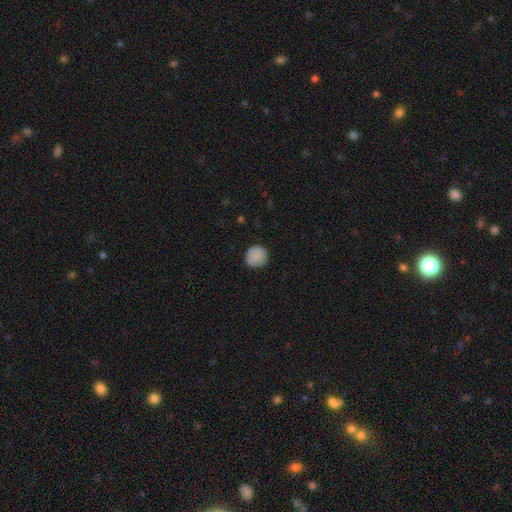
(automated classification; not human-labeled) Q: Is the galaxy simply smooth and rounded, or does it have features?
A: smooth — 85%.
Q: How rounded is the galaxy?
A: round — 92%.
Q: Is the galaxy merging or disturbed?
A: none — 85%.